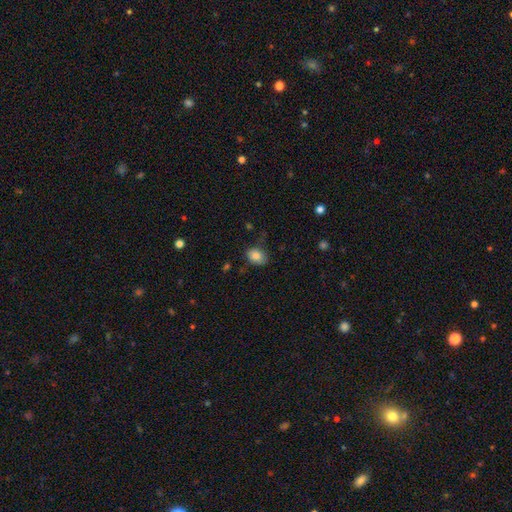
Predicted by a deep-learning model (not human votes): The model was most divided on "how rounded": in between: 68%, round: 31%, cigar-shaped: 1%. More confident: smooth or featured — smooth (83%); merging — none (73%).